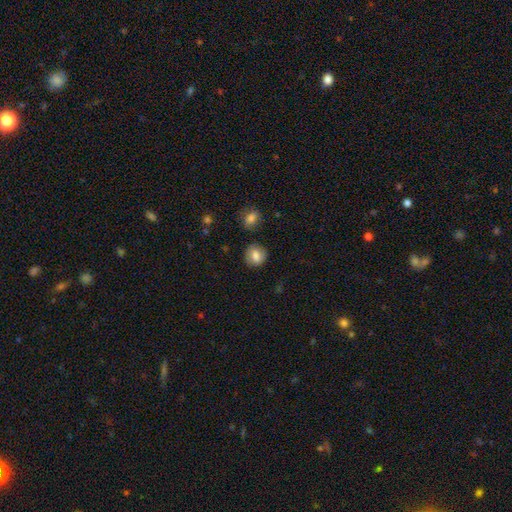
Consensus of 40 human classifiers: smooth_or_featured: smooth (p=0.68) [alt: featured or disk p=0.20]
how_rounded: round (p=0.56) [alt: in between p=0.44]
merging: none (p=0.83) [alt: major disturbance p=0.09]